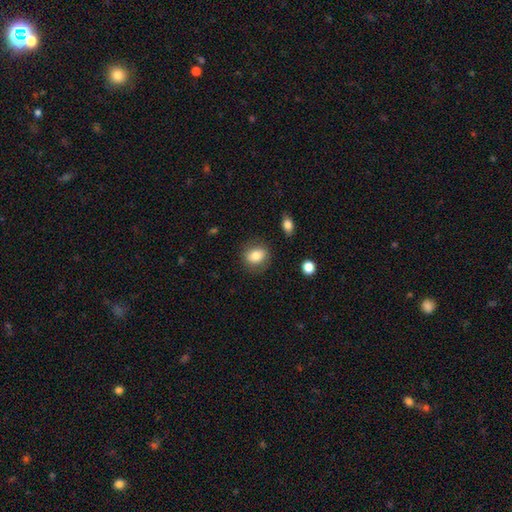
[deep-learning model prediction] A smooth galaxy with no disk features (78%) that is round (55%). Merging: none (79%).